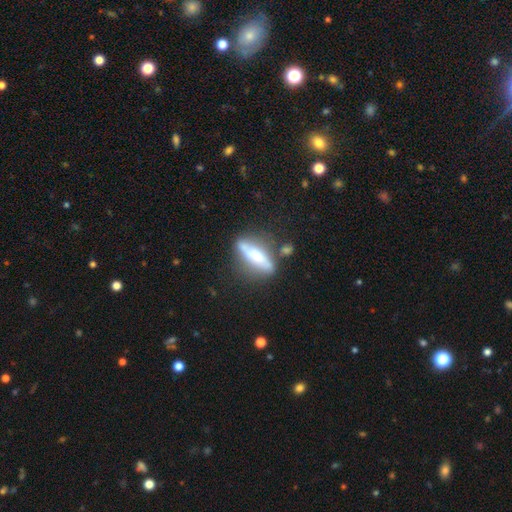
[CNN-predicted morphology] Smooth or featured: featured or disk — 47% (smooth — 46%)
Merging: none — 66% (minor disturbance — 19%)